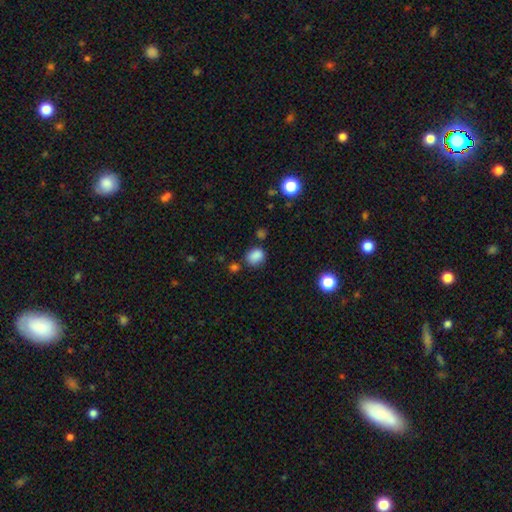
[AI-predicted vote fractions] A smooth galaxy with no disk features (84%) that is round (52%).

Vote fractions:
- Smooth or featured? smooth: 84% / star or artifact: 11% / featured or disk: 5%
- How rounded? round: 52% / in between: 47% / cigar-shaped: 1%
- Merging? none: 69% / minor disturbance: 19% / merger: 7% / major disturbance: 5%